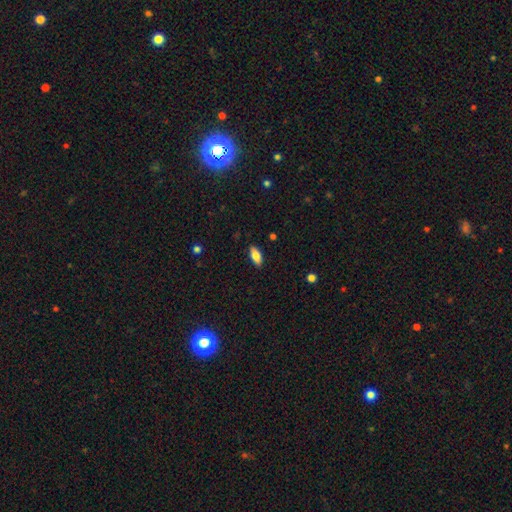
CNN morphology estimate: Smooth or featured? smooth (78%)
How rounded? in between (84%)
Merging? none (88%)